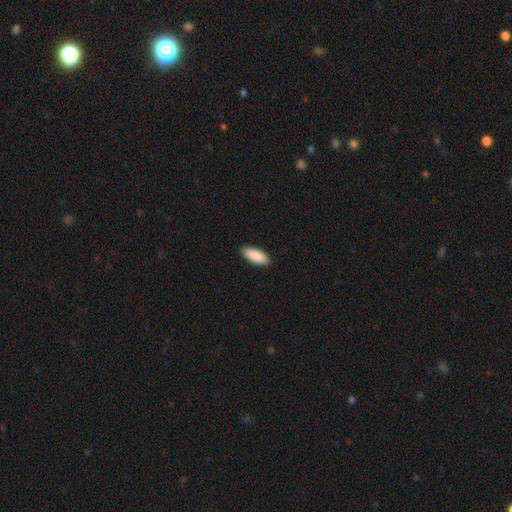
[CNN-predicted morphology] type=smooth (91%); roundness=in between (84%); merging=none (90%).